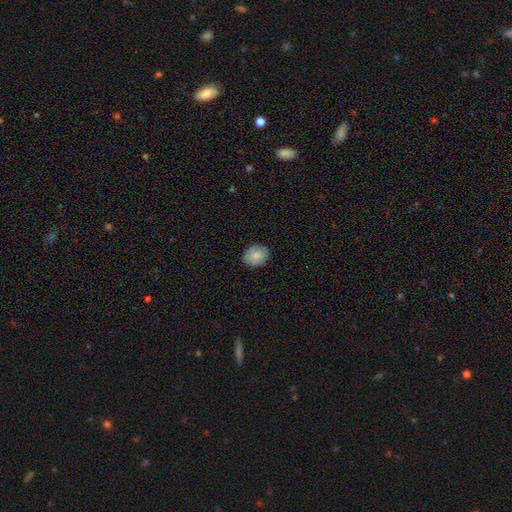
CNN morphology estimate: A smooth galaxy with no disk features (86%) that is round (55%).

Vote fractions:
- Smooth or featured? smooth: 86% / star or artifact: 7% / featured or disk: 7%
- How rounded? round: 55% / in between: 44% / cigar-shaped: 1%
- Merging? none: 85% / minor disturbance: 12% / major disturbance: 2% / merger: 1%